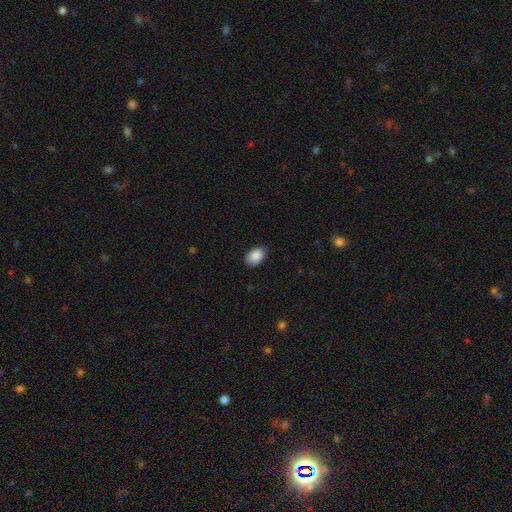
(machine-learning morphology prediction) smooth_or_featured: smooth (p=0.89) [alt: star or artifact p=0.07]
how_rounded: in between (p=0.86) [alt: round p=0.13]
merging: none (p=0.85) [alt: minor disturbance p=0.12]